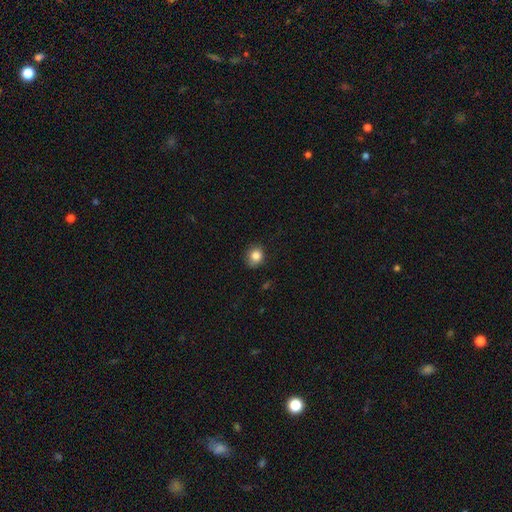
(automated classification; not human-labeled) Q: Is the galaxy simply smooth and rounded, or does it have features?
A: smooth — 84%.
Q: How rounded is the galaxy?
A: round — 68%.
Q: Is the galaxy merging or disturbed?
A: none — 81%.